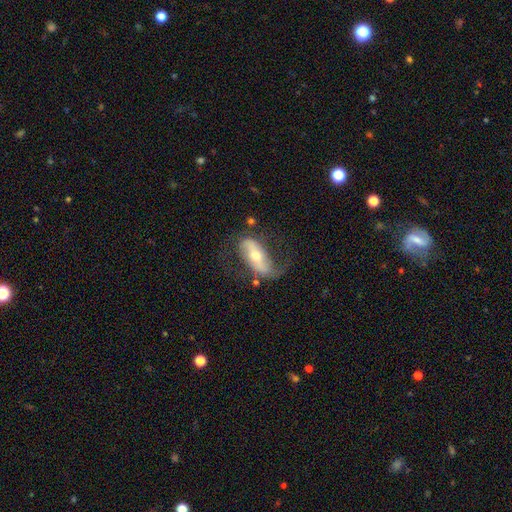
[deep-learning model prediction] A featured or disk galaxy (70%) with a strong bar (43%), 2 (82%) loose (68%) spiral arms (84%) and a moderate central bulge (54%). Merging: none (54%).